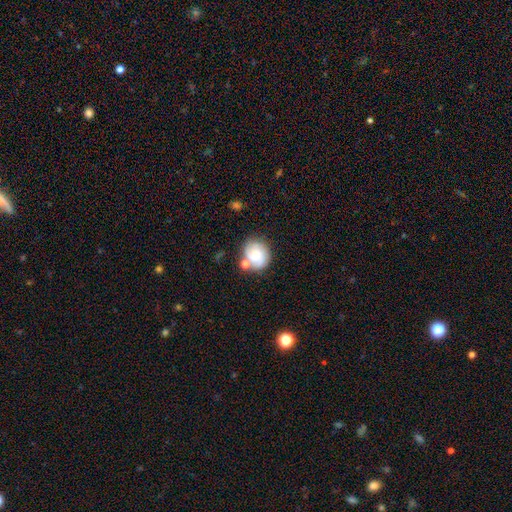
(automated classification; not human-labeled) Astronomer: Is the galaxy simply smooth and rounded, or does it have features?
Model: smooth — 52% (runner-up: featured or disk, 39%).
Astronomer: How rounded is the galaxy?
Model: round — 72%.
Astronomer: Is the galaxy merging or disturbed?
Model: none — 59%.